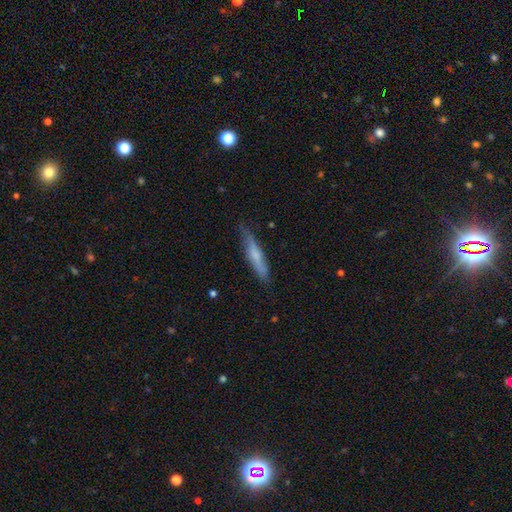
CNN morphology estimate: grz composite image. It shows a smooth galaxy with no disk features (55%) that is cigar-shaped (90%). Merging: none (76%).